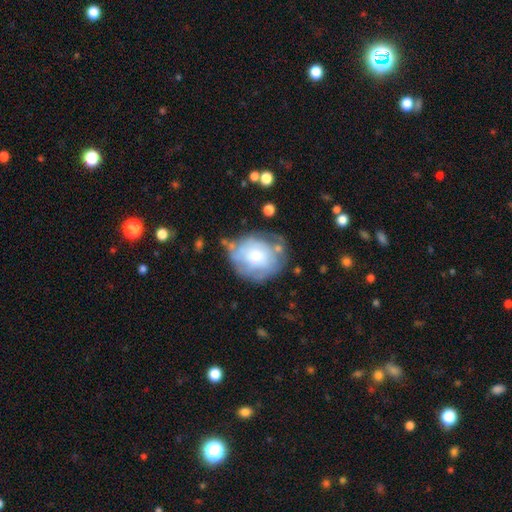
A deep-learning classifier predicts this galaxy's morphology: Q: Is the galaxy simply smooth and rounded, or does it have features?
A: smooth — 51%.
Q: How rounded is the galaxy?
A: round — 69%.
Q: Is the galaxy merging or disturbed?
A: none — 51%.